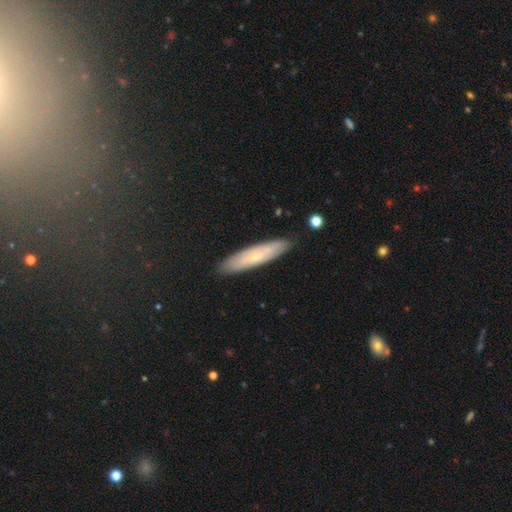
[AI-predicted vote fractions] Smooth or featured: smooth — 48% (featured or disk — 45%)
Merging: none — 86% (minor disturbance — 11%)